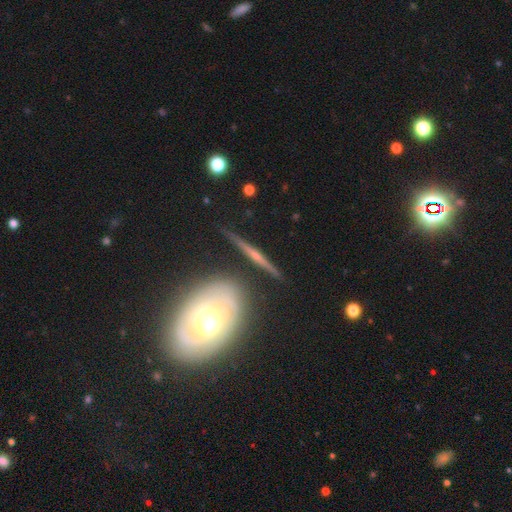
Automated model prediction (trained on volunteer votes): Q: Smooth or featured?
A: featured or disk (72%); runner-up: smooth (20%)
Q: Edge-on disk?
A: yes (95%); runner-up: no (5%)
Q: Edge-on bulge?
A: rounded (49%); runner-up: none (40%)
Q: Merging?
A: none (86%); runner-up: minor disturbance (9%)